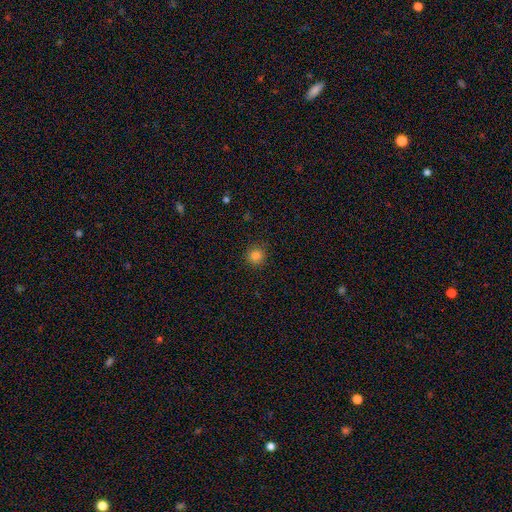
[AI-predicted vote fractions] Smooth or featured? Predicted: smooth (p=0.82). How rounded? Predicted: round (p=0.93). Merging? Predicted: none (p=0.91).